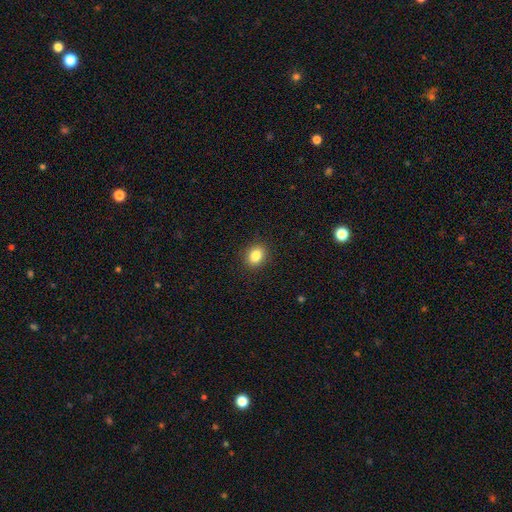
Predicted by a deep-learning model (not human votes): Smooth or featured? smooth (85%)
How rounded? in between (52%)
Merging? none (89%)